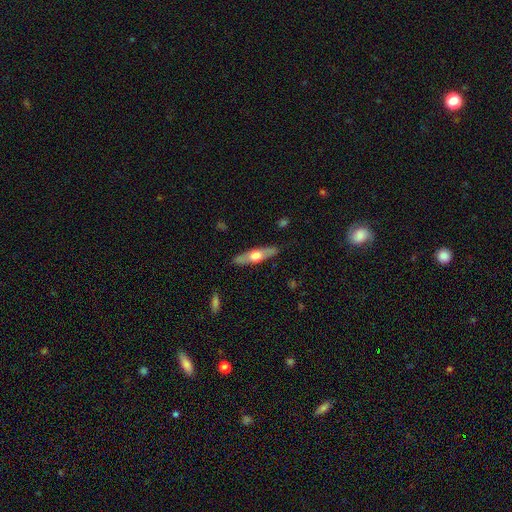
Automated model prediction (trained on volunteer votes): smooth_or_featured: featured or disk (p=0.53) [alt: smooth p=0.42]
disk_edge_on: yes (p=0.85) [alt: no p=0.15]
merging: none (p=0.86) [alt: minor disturbance p=0.10]